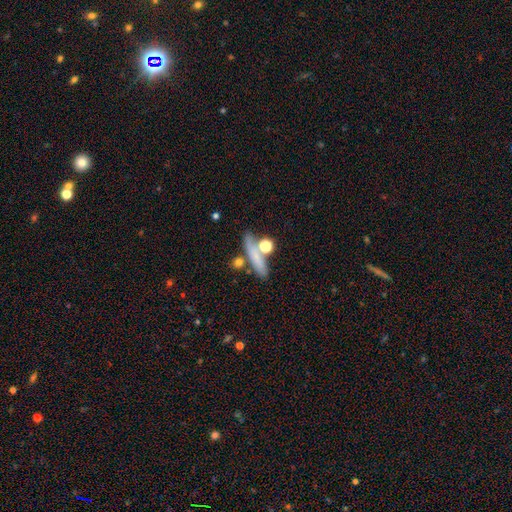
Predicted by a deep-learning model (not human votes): smooth_or_featured: smooth (p=0.66) [alt: featured or disk p=0.24]
how_rounded: cigar-shaped (p=0.67) [alt: in between p=0.20]
merging: none (p=0.62) [alt: merger p=0.16]